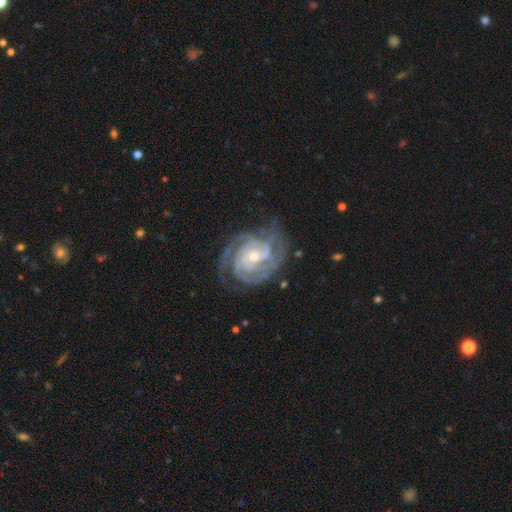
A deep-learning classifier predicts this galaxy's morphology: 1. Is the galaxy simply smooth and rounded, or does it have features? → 91% featured or disk, 5% star or artifact, 4% smooth.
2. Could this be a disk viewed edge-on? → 98% no, 2% yes.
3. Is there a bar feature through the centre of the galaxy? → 51% no, 34% weak, 15% strong.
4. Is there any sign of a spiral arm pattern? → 99% yes, 1% no.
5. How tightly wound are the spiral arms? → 75% tight, 22% medium, 3% loose.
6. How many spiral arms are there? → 34% 3, 21% 4, 18% 2, 13% can't tell, 7% more than 4, 6% 1.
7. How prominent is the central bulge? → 58% small, 38% moderate, 2% large, 1% none, 1% dominant.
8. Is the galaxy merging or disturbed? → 77% none, 16% minor disturbance, 6% major disturbance, 1% merger.